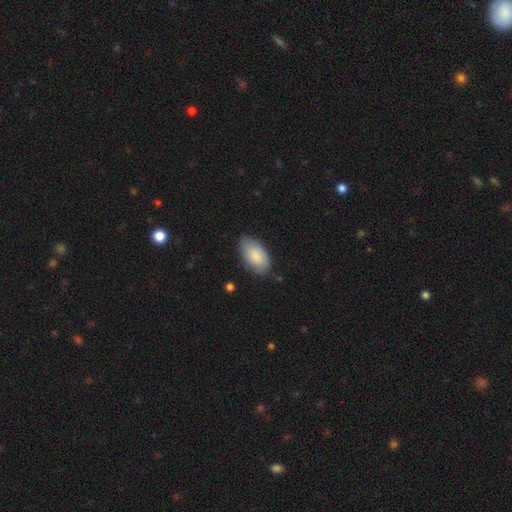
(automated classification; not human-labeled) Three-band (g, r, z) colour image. It shows a smooth galaxy with no disk features (86%) that is in between round and cigar-shaped (95%). Merging: none (80%).